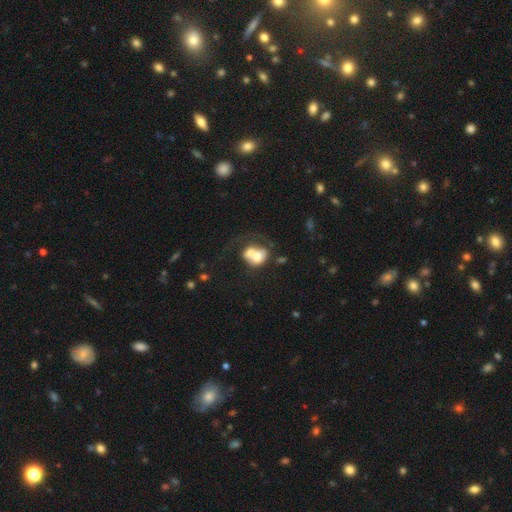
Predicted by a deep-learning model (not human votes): Smooth or featured?
  - smooth: 61% *
  - featured or disk: 31%
  - star or artifact: 9%
How rounded?
  - round: 50% *
  - in between: 49%
  - cigar-shaped: 1%
Merging?
  - merger: 58% *
  - none: 19%
  - major disturbance: 13%
  - minor disturbance: 10%